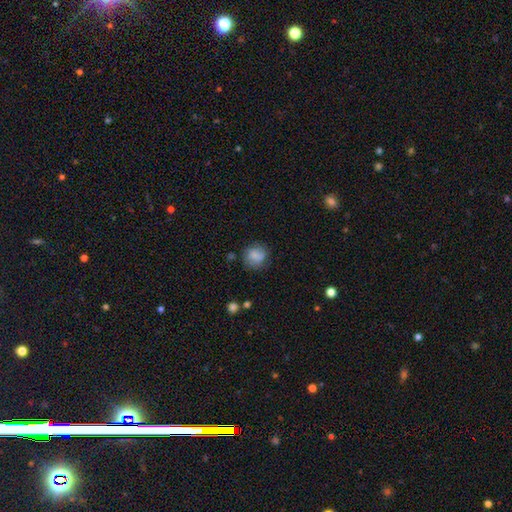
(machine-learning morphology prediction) type=smooth (74%); roundness=round (84%); merging=none (72%).